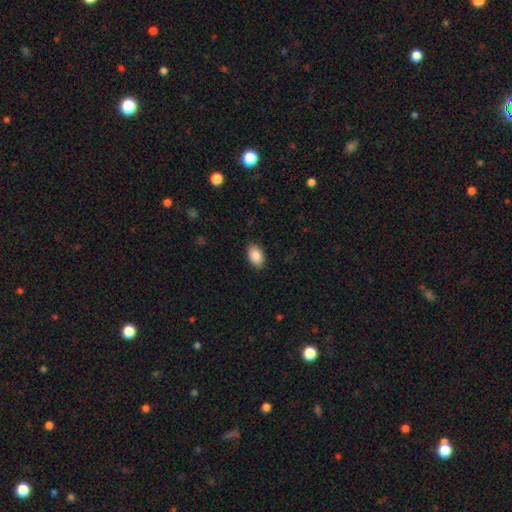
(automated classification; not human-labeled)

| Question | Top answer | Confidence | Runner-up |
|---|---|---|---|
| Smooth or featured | smooth | 89% | star or artifact (7%) |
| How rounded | in between | 92% | round (7%) |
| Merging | none | 88% | minor disturbance (9%) |